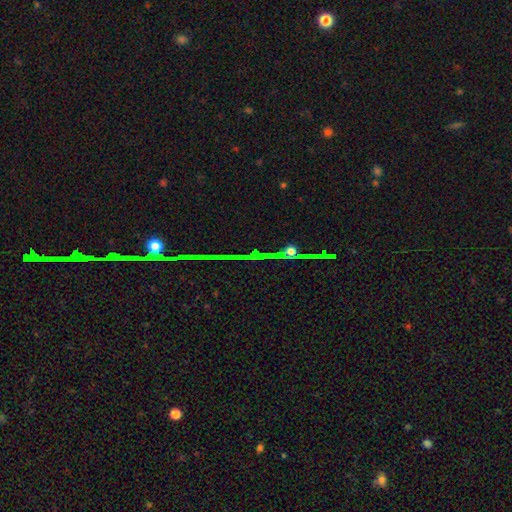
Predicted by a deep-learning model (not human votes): This is likely a star or artifact rather than a galaxy (74%).